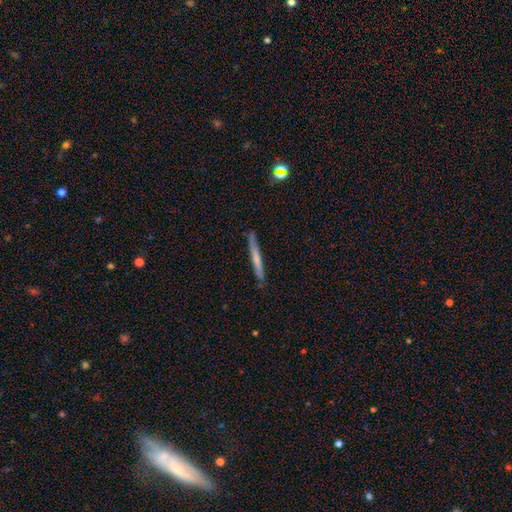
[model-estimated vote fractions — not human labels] featured or disk 52%, smooth 41%, star or artifact 7%. Down the decision tree: edge-on disk — yes (97%); edge-on bulge — none (56%); merging — none (89%).